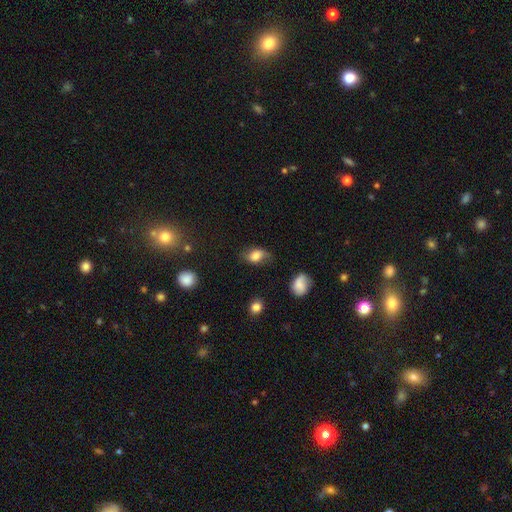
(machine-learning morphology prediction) Overall: smooth (76%). How rounded: in between (82%). Merging: none (65%; minor disturbance 26%).